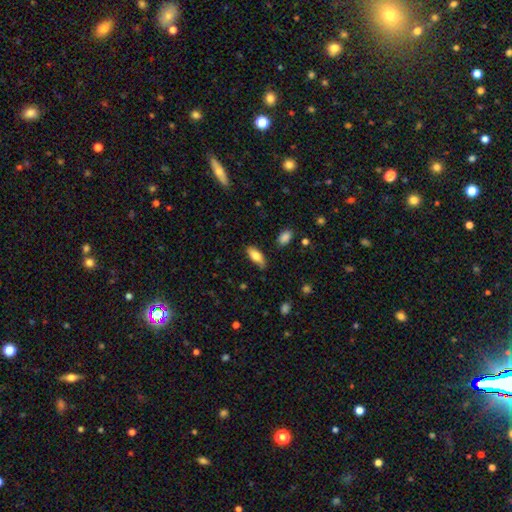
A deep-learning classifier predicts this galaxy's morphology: Smooth or featured: smooth — 80% (featured or disk — 14%)
How rounded: in between — 82% (cigar-shaped — 16%)
Merging: none — 72% (minor disturbance — 22%)